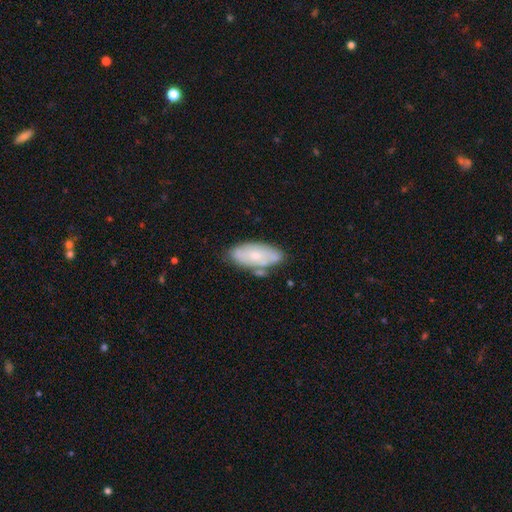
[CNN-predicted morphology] smooth_or_featured: smooth (p=0.52) [alt: featured or disk p=0.41]
how_rounded: in between (p=0.89) [alt: cigar-shaped p=0.08]
merging: none (p=0.62) [alt: minor disturbance p=0.21]